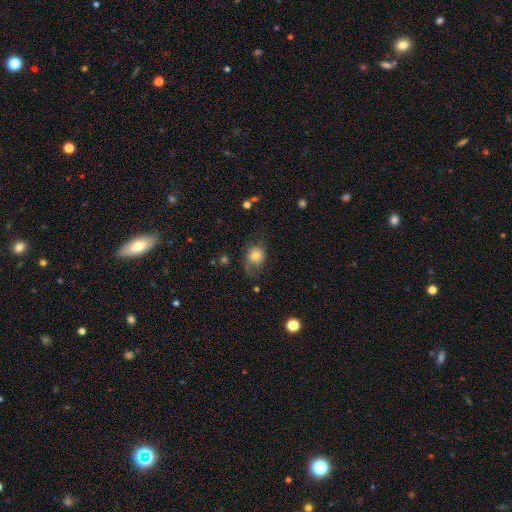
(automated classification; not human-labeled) Morphology: type=smooth (66%); roundness=round (63%); merging=none (46%).